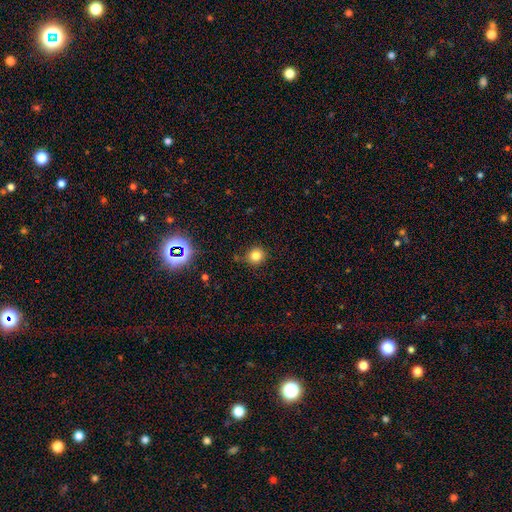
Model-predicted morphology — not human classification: A smooth galaxy with no disk features (79%) that is round (89%).

Vote fractions:
- Smooth or featured? smooth: 79% / star or artifact: 15% / featured or disk: 6%
- How rounded? round: 89% / in between: 10% / cigar-shaped: 1%
- Merging? none: 83% / minor disturbance: 10% / merger: 3% / major disturbance: 3%